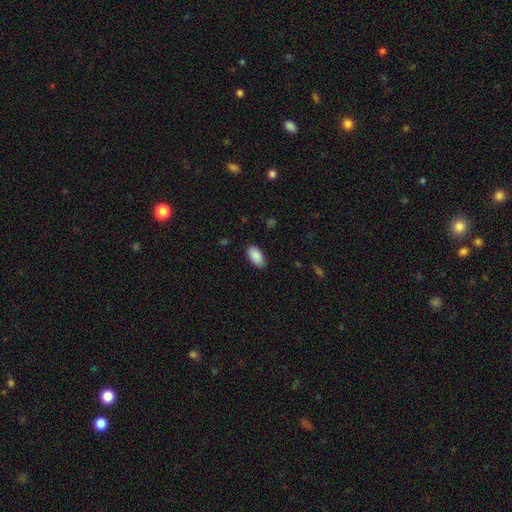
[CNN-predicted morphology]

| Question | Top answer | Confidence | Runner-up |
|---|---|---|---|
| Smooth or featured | smooth | 90% | star or artifact (6%) |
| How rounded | in between | 95% | round (3%) |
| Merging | none | 85% | minor disturbance (11%) |